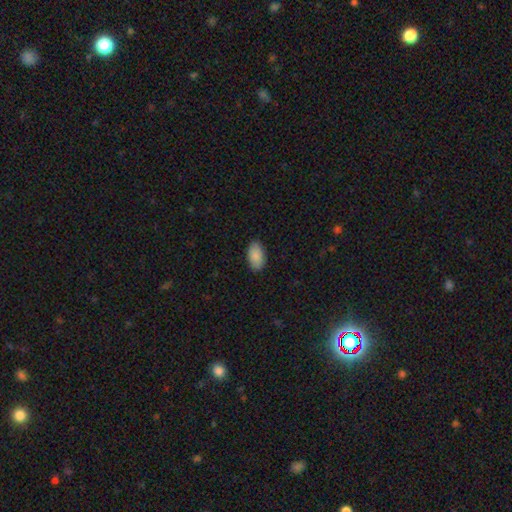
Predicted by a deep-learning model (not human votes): This appears to be a smooth galaxy with no disk features (89%) that is in between round and cigar-shaped (95%). Merging: none (88%).